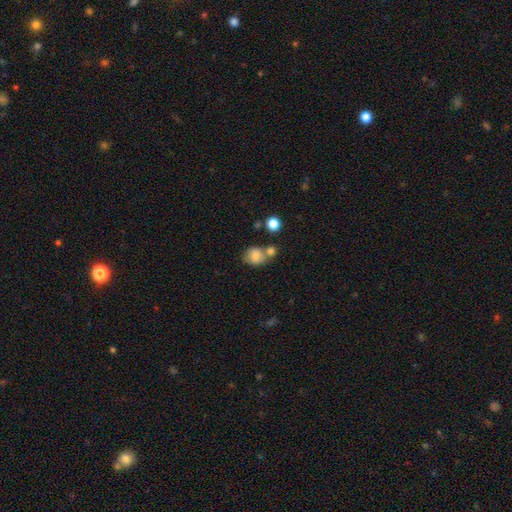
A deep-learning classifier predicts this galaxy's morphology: Overall: smooth (79%). How rounded: round (59%; in between 40%). Merging: none (46%; merger 33%).